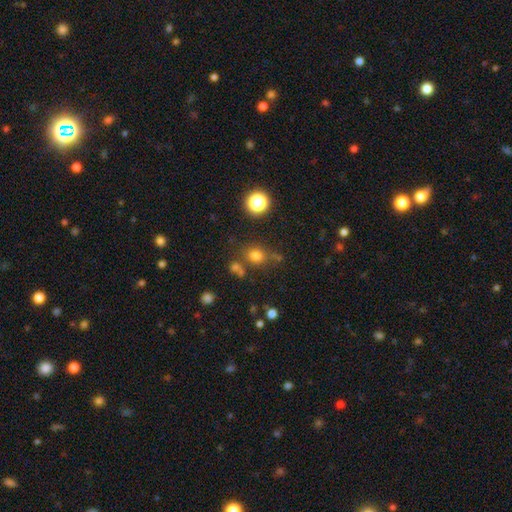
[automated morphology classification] type=smooth (73%); roundness=round (76%); merging=none (69%).